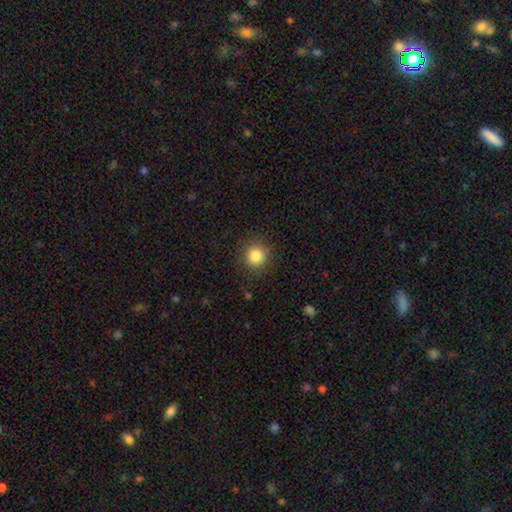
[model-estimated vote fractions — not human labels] Morphology: type=smooth (84%); roundness=round (93%); merging=none (89%).